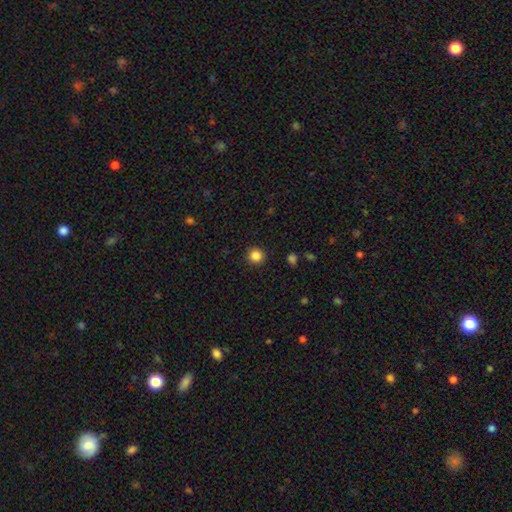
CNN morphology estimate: Q: Smooth or featured?
A: smooth (85%); runner-up: star or artifact (11%)
Q: How rounded?
A: round (94%); runner-up: in between (5%)
Q: Merging?
A: none (92%); runner-up: minor disturbance (5%)